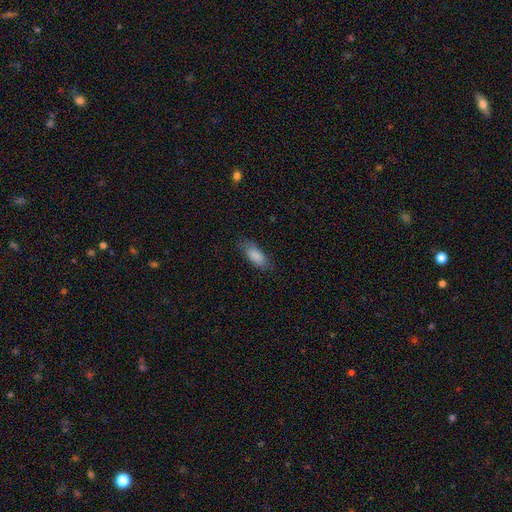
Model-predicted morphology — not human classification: Smooth or featured?
  - smooth: 87% *
  - star or artifact: 7%
  - featured or disk: 6%
How rounded?
  - in between: 80% *
  - cigar-shaped: 18%
  - round: 2%
Merging?
  - none: 78% *
  - minor disturbance: 17%
  - major disturbance: 4%
  - merger: 1%